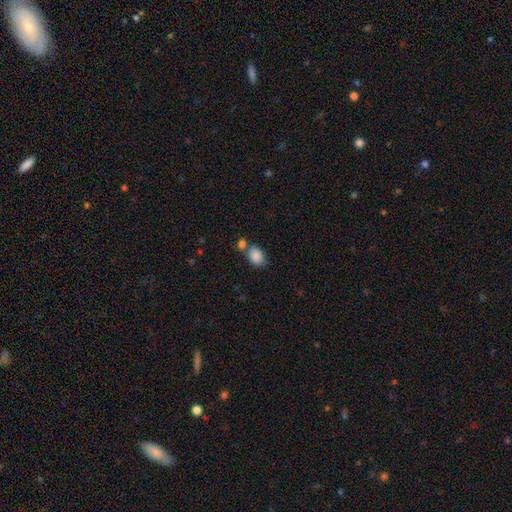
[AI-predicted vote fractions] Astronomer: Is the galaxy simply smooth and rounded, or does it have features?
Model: smooth — 88%.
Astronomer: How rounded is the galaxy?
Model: in between — 79%.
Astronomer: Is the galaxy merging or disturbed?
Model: none — 55%.